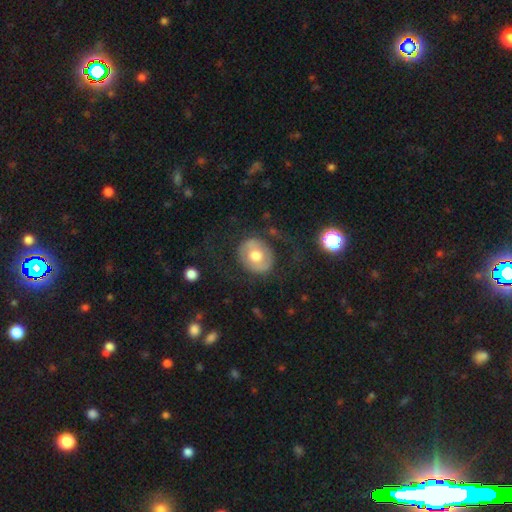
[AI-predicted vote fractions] A smooth galaxy with no disk features (51%) that is round (69%). Merging: none (72%).